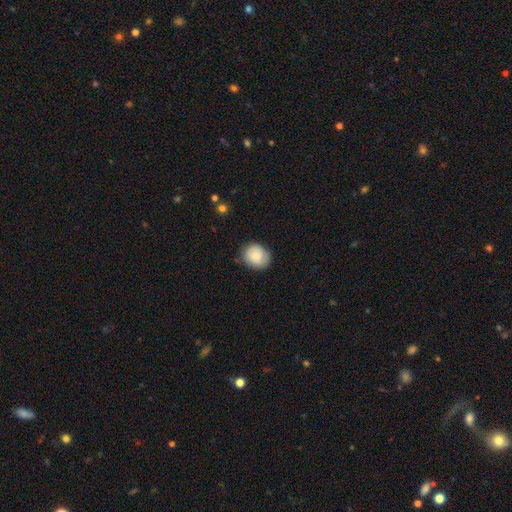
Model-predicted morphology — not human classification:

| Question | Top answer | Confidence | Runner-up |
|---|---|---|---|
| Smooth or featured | smooth | 80% | featured or disk (13%) |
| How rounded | round | 66% | in between (33%) |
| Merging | none | 75% | minor disturbance (19%) |